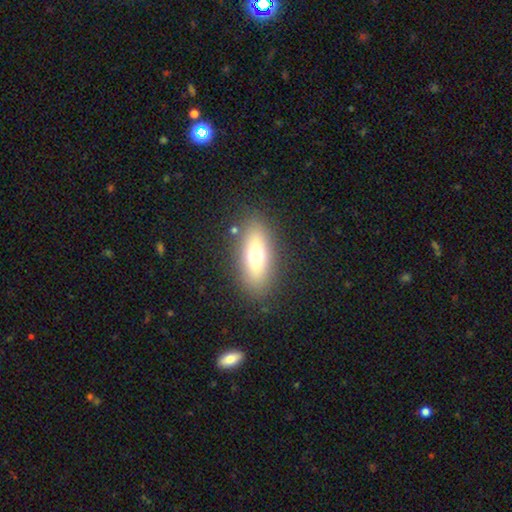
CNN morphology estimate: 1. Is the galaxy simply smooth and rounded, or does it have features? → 67% smooth, 25% featured or disk, 8% star or artifact.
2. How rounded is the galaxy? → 71% in between, 26% cigar-shaped, 4% round.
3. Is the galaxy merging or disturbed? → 85% none, 9% minor disturbance, 3% major disturbance, 2% merger.